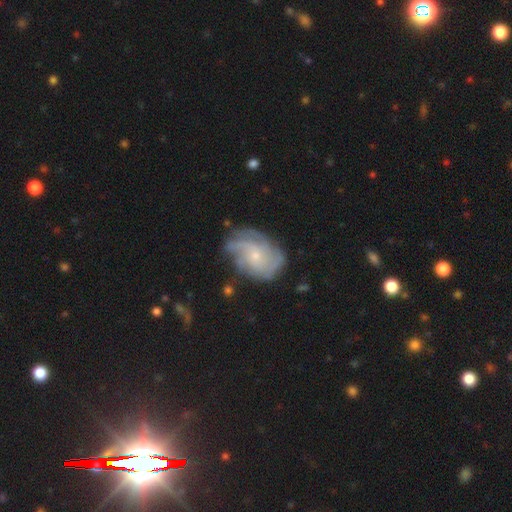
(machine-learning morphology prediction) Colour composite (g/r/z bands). It shows a featured or disk galaxy (81%) with no bar (73%), 3 (28%) tight (43%) spiral arms (95%) and a small central bulge (69%). Merging: none (63%).